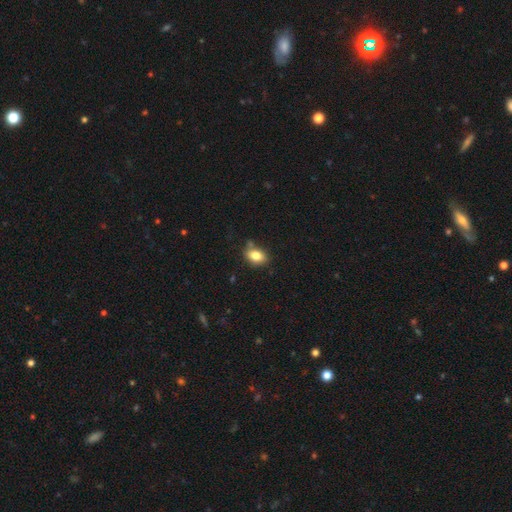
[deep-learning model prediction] Smooth or featured: smooth — 81% (featured or disk — 9%)
How rounded: in between — 78% (round — 20%)
Merging: none — 71% (minor disturbance — 18%)